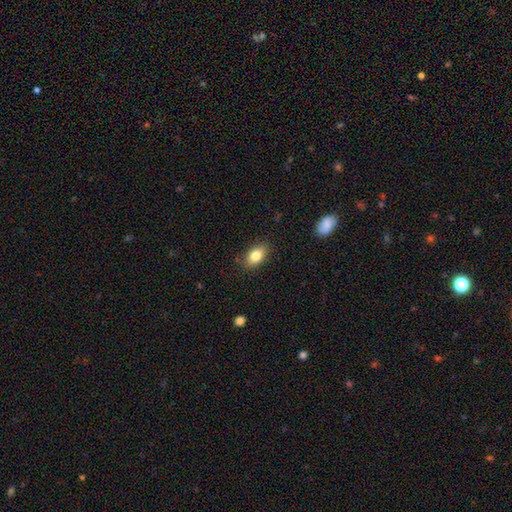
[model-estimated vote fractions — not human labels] smooth_or_featured: smooth (p=0.82) [alt: featured or disk p=0.10]
how_rounded: in between (p=0.88) [alt: round p=0.10]
merging: none (p=0.86) [alt: minor disturbance p=0.10]